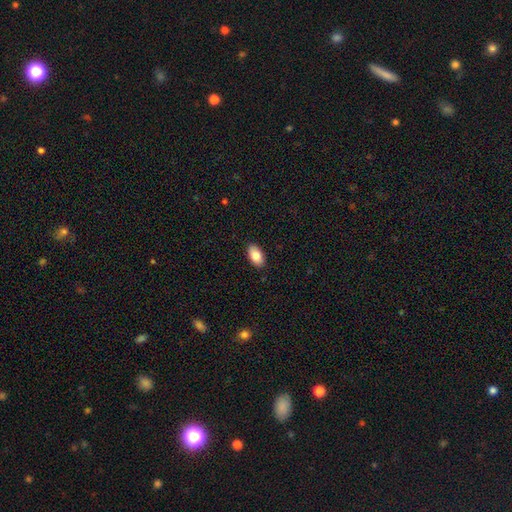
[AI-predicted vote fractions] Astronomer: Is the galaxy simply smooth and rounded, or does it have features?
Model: smooth — 83%.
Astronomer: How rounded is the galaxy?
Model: in between — 95%.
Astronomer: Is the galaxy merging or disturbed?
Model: none — 89%.